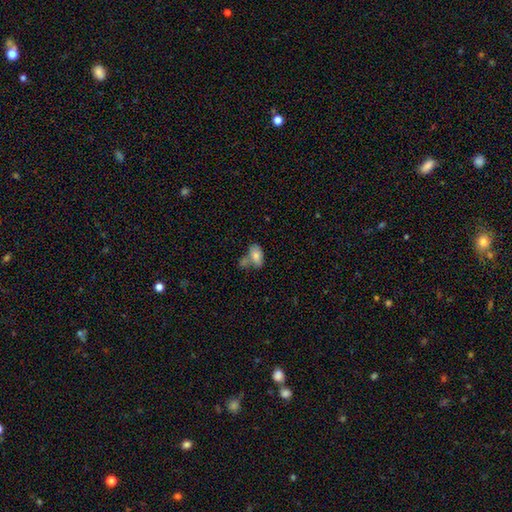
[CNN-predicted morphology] A smooth galaxy with no disk features (77%) that is in between round and cigar-shaped (91%). Merging: none (38%).